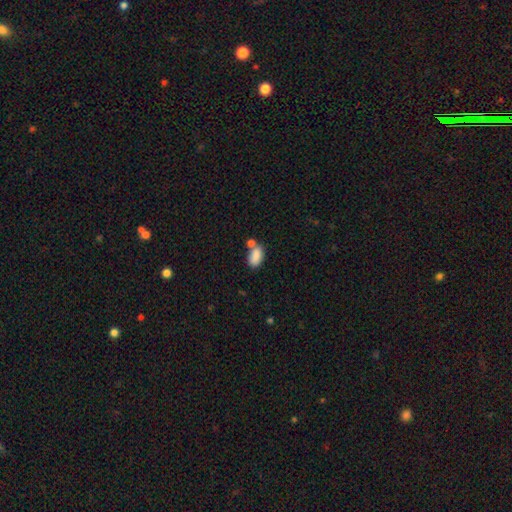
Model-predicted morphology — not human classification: This is clearly a smooth galaxy (85%). How rounded: clearly in between (91%). Merging: possibly none (48%).